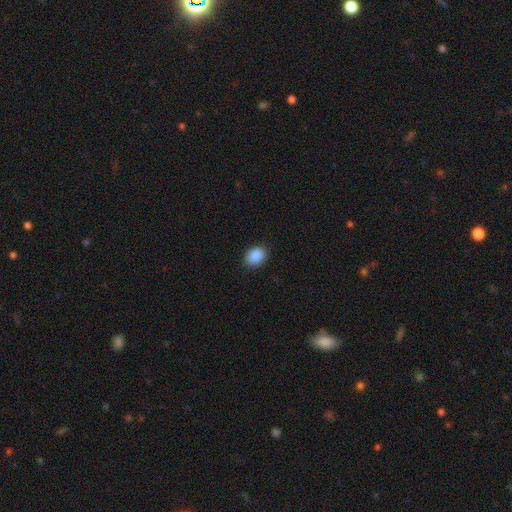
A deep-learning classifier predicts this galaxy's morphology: The model was most divided on "how rounded": in between: 71%, round: 28%, cigar-shaped: 1%. More confident: smooth or featured — smooth (89%); merging — none (85%).